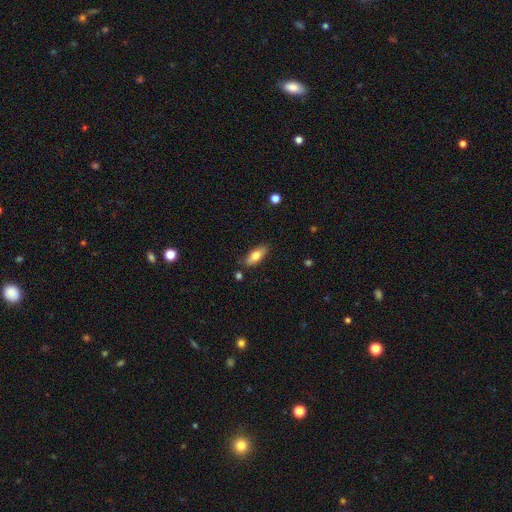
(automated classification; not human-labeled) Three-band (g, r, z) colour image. It shows a smooth galaxy with no disk features (72%) that is in between round and cigar-shaped (79%). Merging: none (82%).